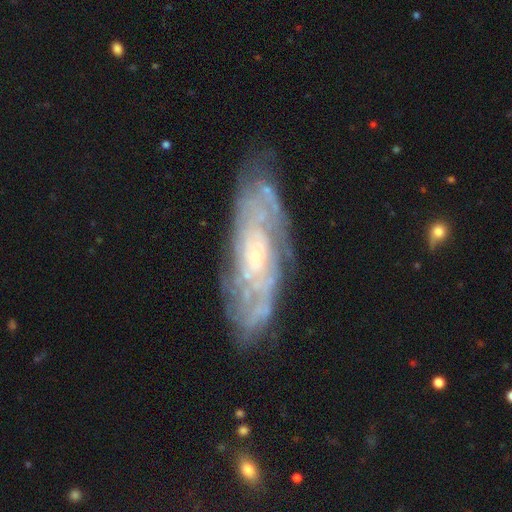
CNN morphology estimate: smooth_or_featured: featured or disk (p=0.81) [alt: smooth p=0.13]
disk_edge_on: no (p=0.83) [alt: yes p=0.17]
bar: no (p=0.71) [alt: weak p=0.23]
has_spiral_arms: yes (p=0.88) [alt: no p=0.12]
spiral_winding: tight (p=0.73) [alt: medium p=0.22]
spiral_arm_count: can't tell (p=0.61) [alt: 2 p=0.13]
bulge_size: small (p=0.71) [alt: moderate p=0.21]
merging: none (p=0.76) [alt: minor disturbance p=0.17]